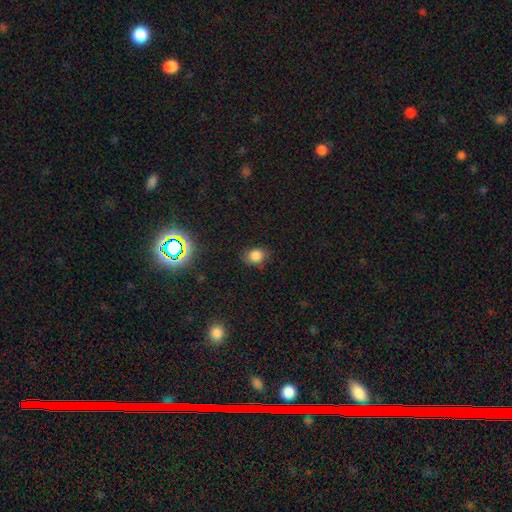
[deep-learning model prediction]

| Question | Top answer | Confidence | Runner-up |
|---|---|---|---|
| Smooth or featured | smooth | 81% | star or artifact (13%) |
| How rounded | round | 52% | in between (47%) |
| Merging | none | 76% | minor disturbance (18%) |